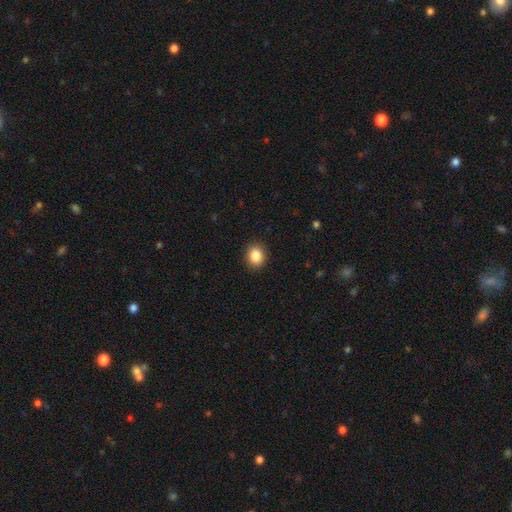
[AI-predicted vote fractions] Smooth or featured? Predicted: smooth (p=0.87). How rounded? Predicted: round (p=0.62). Merging? Predicted: none (p=0.90).